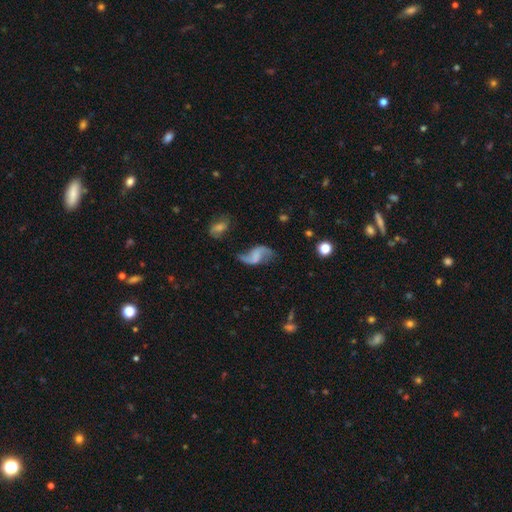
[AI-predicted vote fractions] Overall: featured or disk (79%). Edge-on disk: no (97%). Bar: no (45%; weak 39%). Spiral arms: yes (93%). Spiral arm count: 2 (92%). Spiral winding: loose (83%). Bulge size: none (67%). Merging: none (59%; minor disturbance 22%).